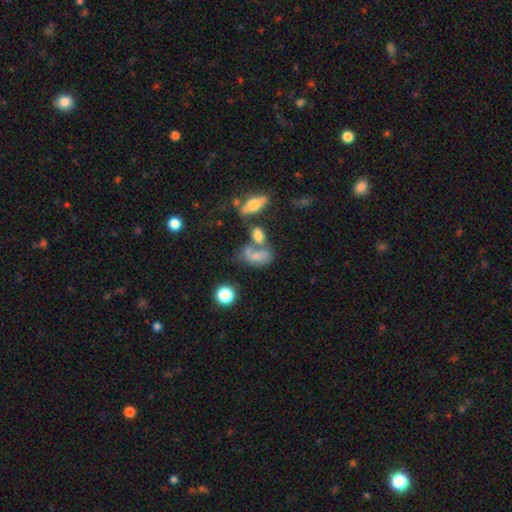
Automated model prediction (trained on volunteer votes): Smooth or featured: smooth — 57% (featured or disk — 29%)
How rounded: in between — 82% (round — 13%)
Merging: merger — 43% (none — 25%)